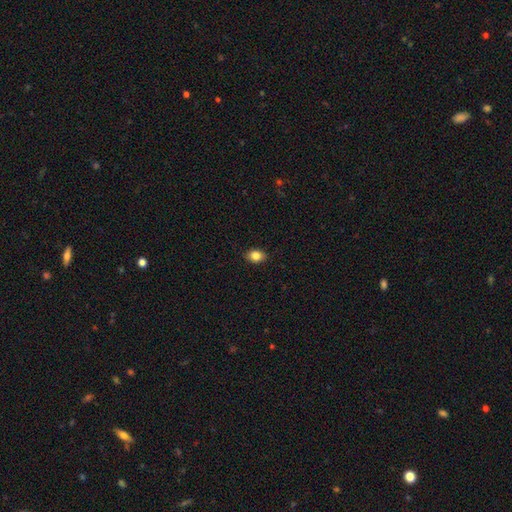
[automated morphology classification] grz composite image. It shows a smooth galaxy with no disk features (84%) that is in between round and cigar-shaped (74%). Merging: none (88%).